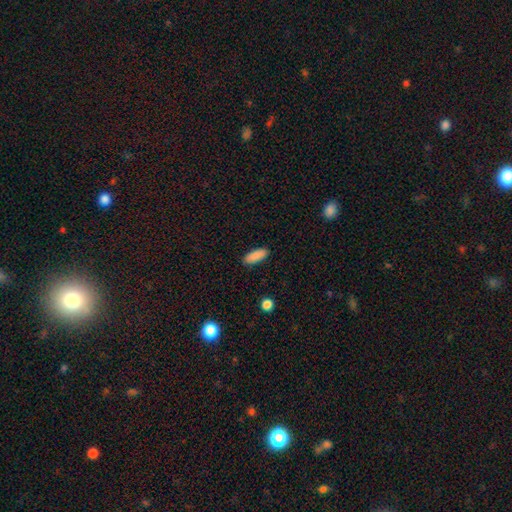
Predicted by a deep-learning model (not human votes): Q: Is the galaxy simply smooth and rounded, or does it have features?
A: smooth — 89%.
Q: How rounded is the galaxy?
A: in between — 72%.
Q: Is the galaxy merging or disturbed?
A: none — 89%.